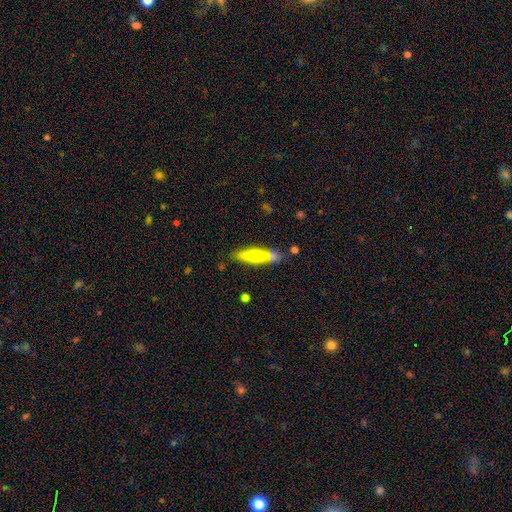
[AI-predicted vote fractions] smooth 58%, featured or disk 36%, star or artifact 6%. Down the decision tree: how rounded — cigar-shaped (66%); merging — none (68%).